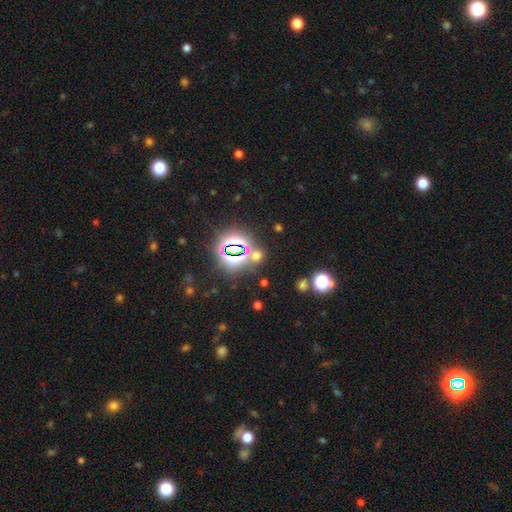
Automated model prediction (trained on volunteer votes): The model was most divided on "smooth or featured": star or artifact: 53%, smooth: 40%, featured or disk: 7%.